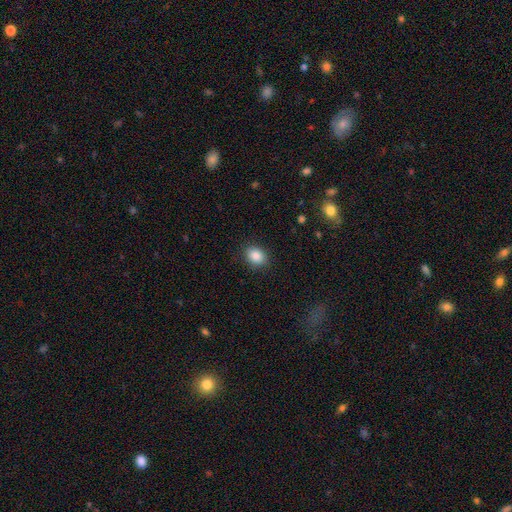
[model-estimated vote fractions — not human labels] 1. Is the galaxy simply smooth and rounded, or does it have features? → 88% smooth, 9% star or artifact, 4% featured or disk.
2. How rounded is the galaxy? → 58% in between, 41% round, 1% cigar-shaped.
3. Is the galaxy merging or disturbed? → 88% none, 8% minor disturbance, 3% major disturbance, 1% merger.